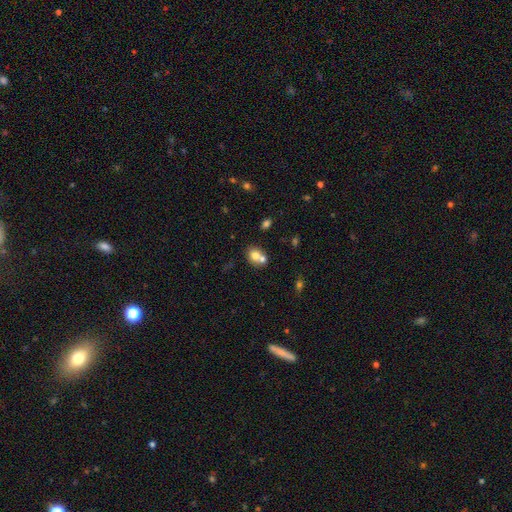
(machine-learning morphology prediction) Overall: smooth (72%). How rounded: round (64%; in between 35%). Merging: merger (51%; none 38%).